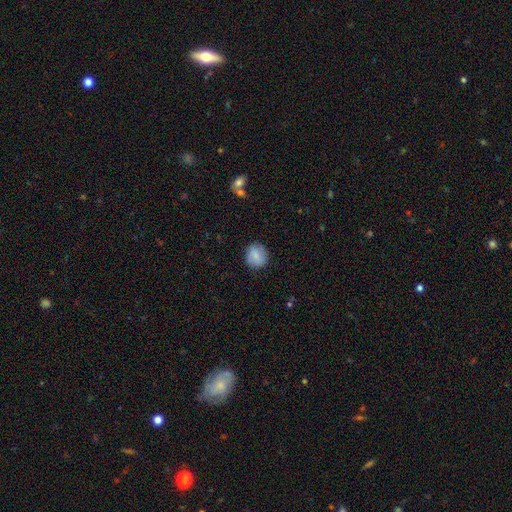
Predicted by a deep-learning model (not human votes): smooth_or_featured: smooth (p=0.80) [alt: featured or disk p=0.12]
how_rounded: round (p=0.84) [alt: in between p=0.15]
merging: none (p=0.87) [alt: minor disturbance p=0.10]